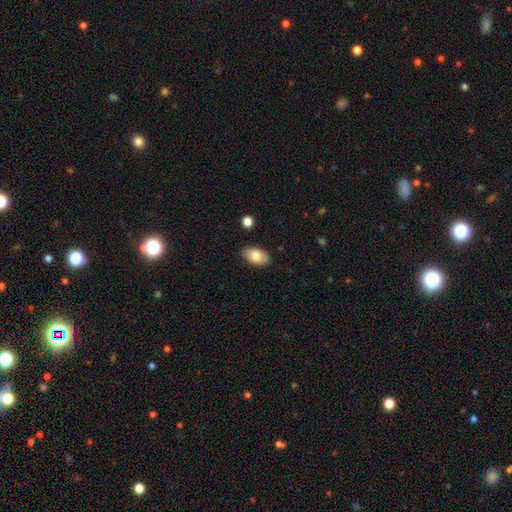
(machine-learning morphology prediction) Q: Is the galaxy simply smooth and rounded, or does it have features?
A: smooth — 78%.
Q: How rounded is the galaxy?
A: in between — 93%.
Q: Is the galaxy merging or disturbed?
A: none — 88%.